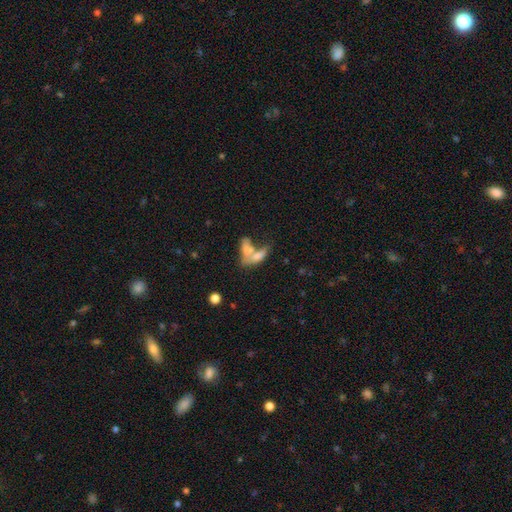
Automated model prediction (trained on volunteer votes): Smooth or featured?
  - smooth: 64% *
  - featured or disk: 26%
  - star or artifact: 10%
How rounded?
  - in between: 77% *
  - cigar-shaped: 17%
  - round: 6%
Merging?
  - merger: 65% *
  - none: 18%
  - major disturbance: 9%
  - minor disturbance: 7%